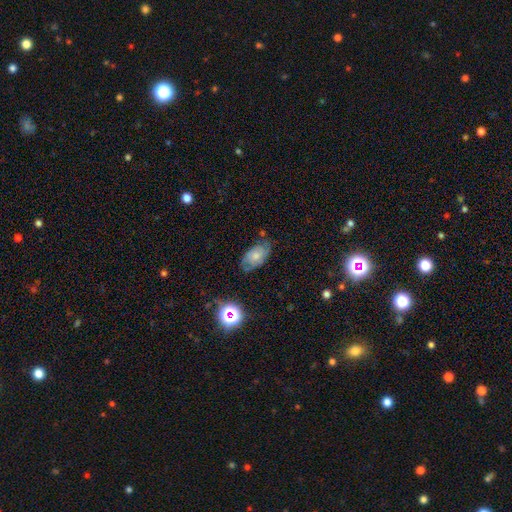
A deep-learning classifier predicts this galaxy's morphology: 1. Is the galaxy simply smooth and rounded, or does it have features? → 46% featured or disk, 43% smooth, 12% star or artifact.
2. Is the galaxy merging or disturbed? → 66% none, 25% minor disturbance, 8% major disturbance, 2% merger.